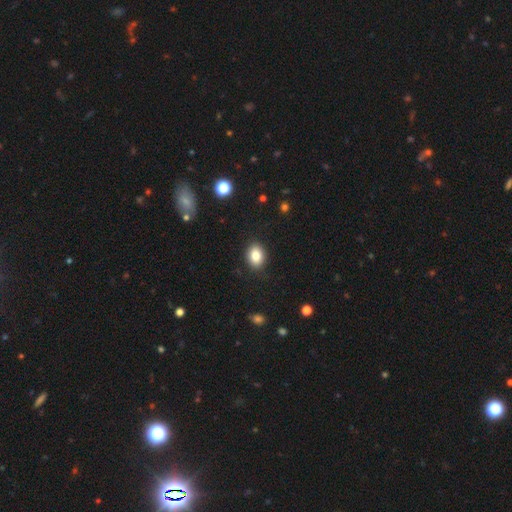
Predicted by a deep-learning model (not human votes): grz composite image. It shows a smooth galaxy with no disk features (84%) that is in between round and cigar-shaped (66%). Merging: none (88%).